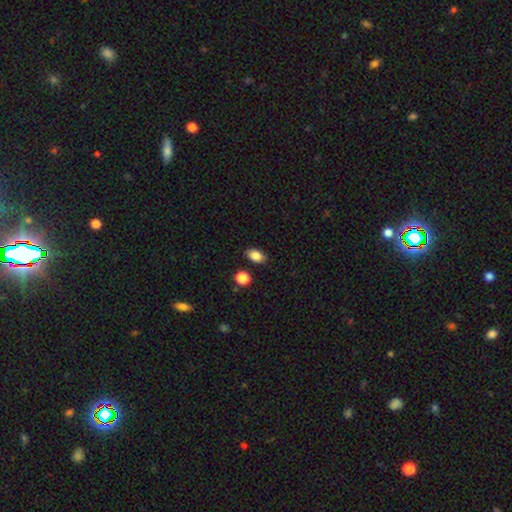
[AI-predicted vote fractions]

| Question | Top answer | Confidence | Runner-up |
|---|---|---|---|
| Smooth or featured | smooth | 85% | star or artifact (9%) |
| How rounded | in between | 84% | round (14%) |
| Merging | none | 85% | minor disturbance (10%) |